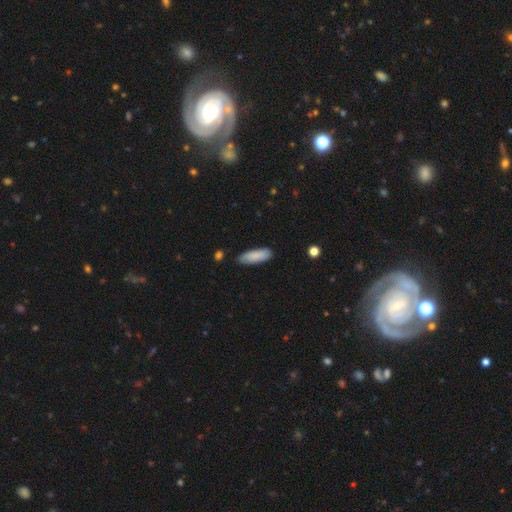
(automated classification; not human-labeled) Overall: smooth (85%). How rounded: in between (55%; cigar-shaped 43%). Merging: none (80%).